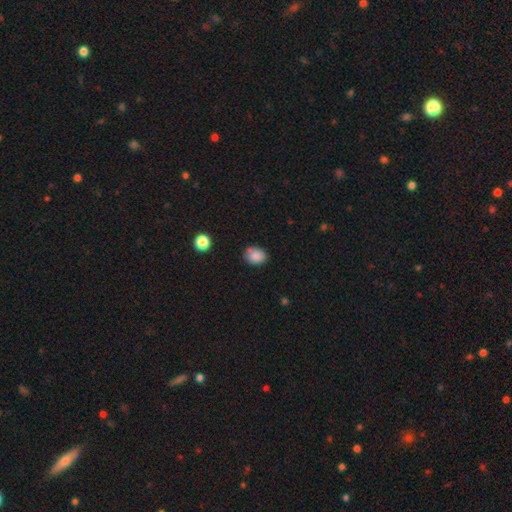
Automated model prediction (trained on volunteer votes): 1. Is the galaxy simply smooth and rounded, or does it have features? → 85% smooth, 9% star or artifact, 6% featured or disk.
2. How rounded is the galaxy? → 56% in between, 43% round, 1% cigar-shaped.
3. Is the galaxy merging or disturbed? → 71% none, 20% minor disturbance, 5% merger, 4% major disturbance.